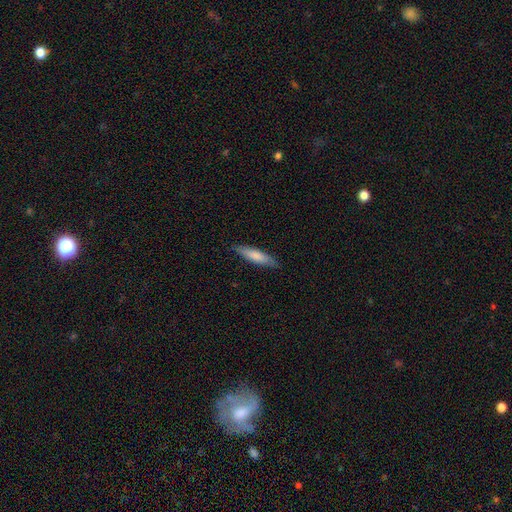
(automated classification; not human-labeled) Overall: smooth (76%). How rounded: cigar-shaped (70%). Merging: none (84%).